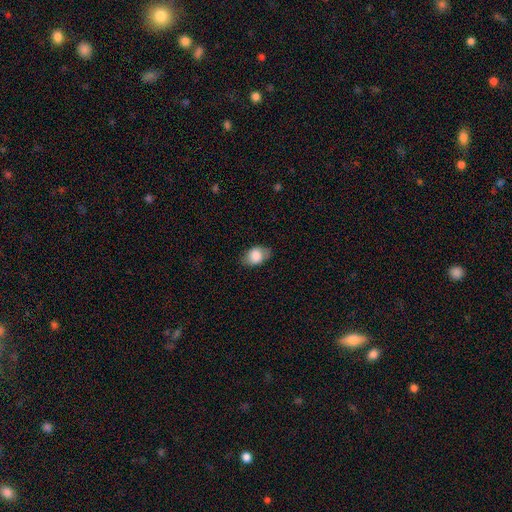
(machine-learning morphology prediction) A smooth galaxy with no disk features (80%) that is in between round and cigar-shaped (86%).

Vote fractions:
- Smooth or featured? smooth: 80% / featured or disk: 13% / star or artifact: 7%
- How rounded? in between: 86% / round: 13% / cigar-shaped: 1%
- Merging? none: 79% / minor disturbance: 15% / major disturbance: 4% / merger: 1%